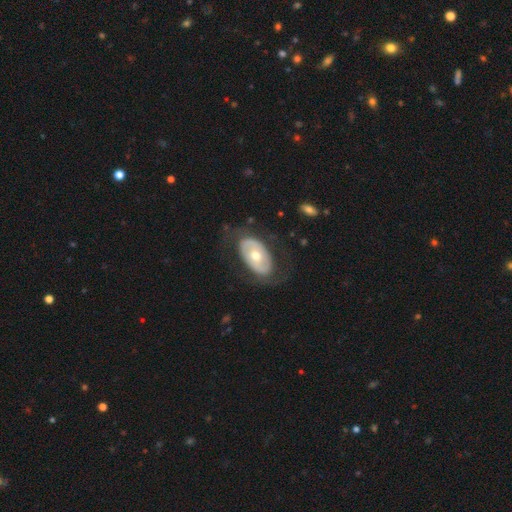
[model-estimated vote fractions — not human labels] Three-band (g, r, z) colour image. It shows a featured or disk galaxy (62%) with no bar (71%), no spiral arms (61%) and a moderate central bulge (67%). Merging: none (70%).